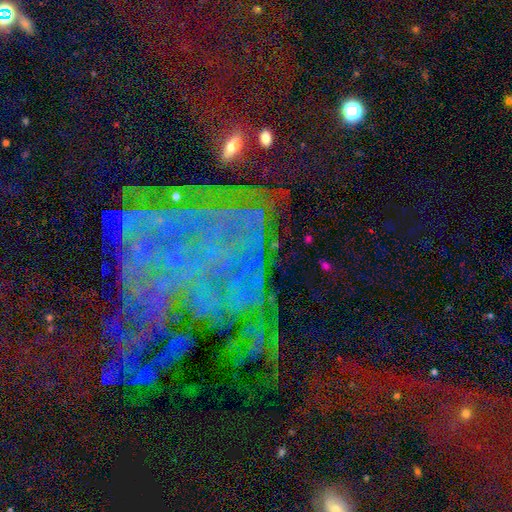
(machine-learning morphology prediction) The model was most divided on "smooth or featured": star or artifact: 47%, featured or disk: 37%, smooth: 16%.